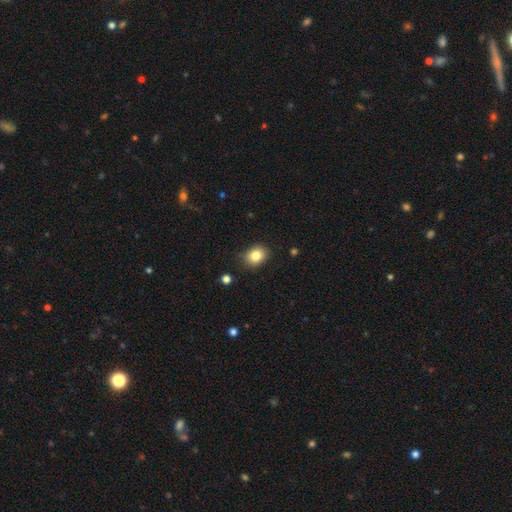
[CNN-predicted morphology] Smooth or featured? Predicted: smooth (p=0.84). How rounded? Predicted: in between (p=0.52). Merging? Predicted: none (p=0.84).